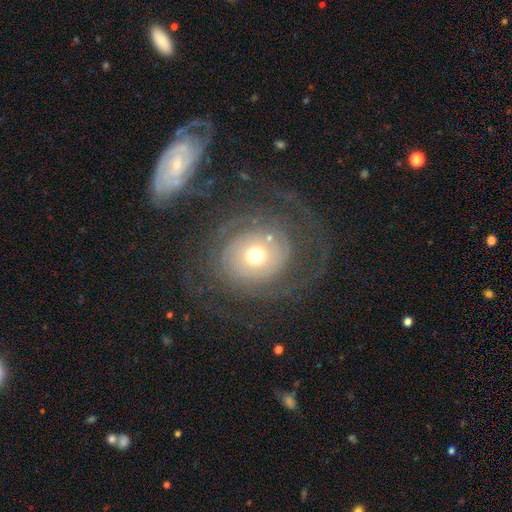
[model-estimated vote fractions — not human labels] Morphology: type=featured or disk (72%); edge-on=no (97%); bar=no (84%); spiral arms=yes (77%); winding=tight (58%); arm count=can't tell (36%); bulge=moderate (60%); merging=none (63%).